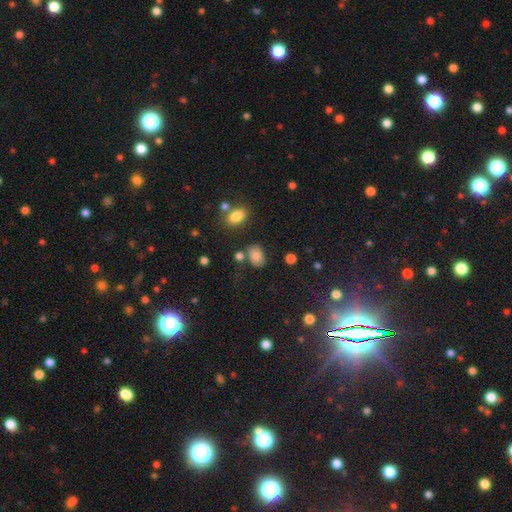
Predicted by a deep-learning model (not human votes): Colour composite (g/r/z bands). It shows a smooth galaxy with no disk features (79%) that is in between round and cigar-shaped (78%). Merging: none (65%).